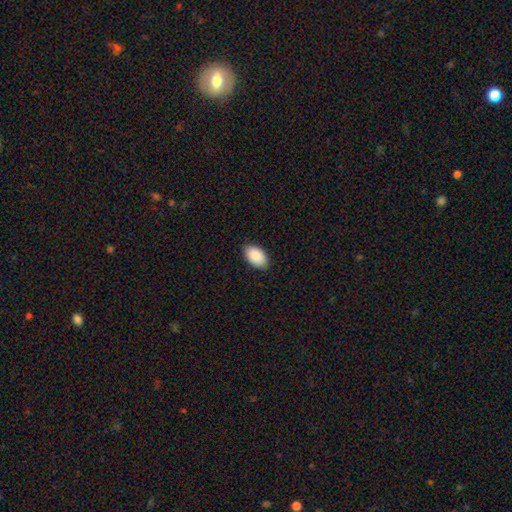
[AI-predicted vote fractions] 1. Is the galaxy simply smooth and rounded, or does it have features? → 91% smooth, 6% star or artifact, 3% featured or disk.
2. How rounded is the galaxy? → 95% in between, 4% round, 1% cigar-shaped.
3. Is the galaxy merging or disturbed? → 88% none, 9% minor disturbance, 2% major disturbance, 1% merger.